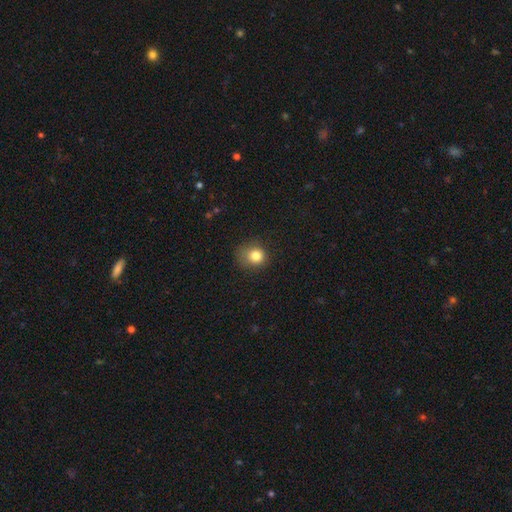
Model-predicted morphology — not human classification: smooth 80%, star or artifact 12%, featured or disk 7%. Down the decision tree: how rounded — round (79%); merging — none (71%).